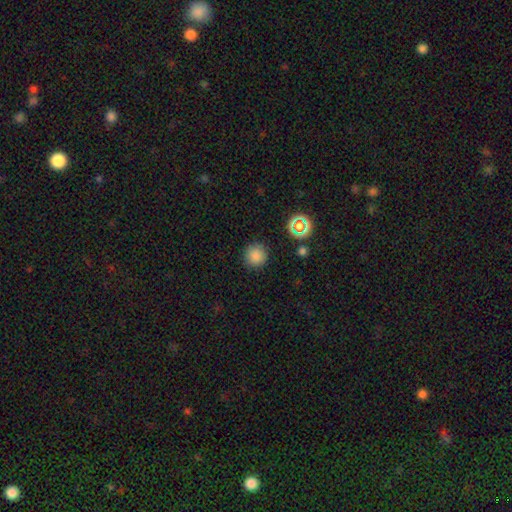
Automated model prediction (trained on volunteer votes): smooth 82%, star or artifact 14%, featured or disk 4%. Down the decision tree: how rounded — round (95%); merging — none (88%).